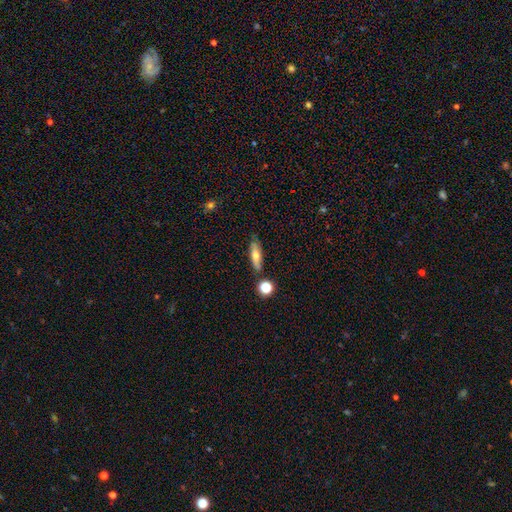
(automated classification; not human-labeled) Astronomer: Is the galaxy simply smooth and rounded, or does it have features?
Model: smooth — 64%.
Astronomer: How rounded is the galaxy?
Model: in between — 50% (runner-up: cigar-shaped, 46%).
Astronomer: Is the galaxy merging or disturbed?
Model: none — 77%.